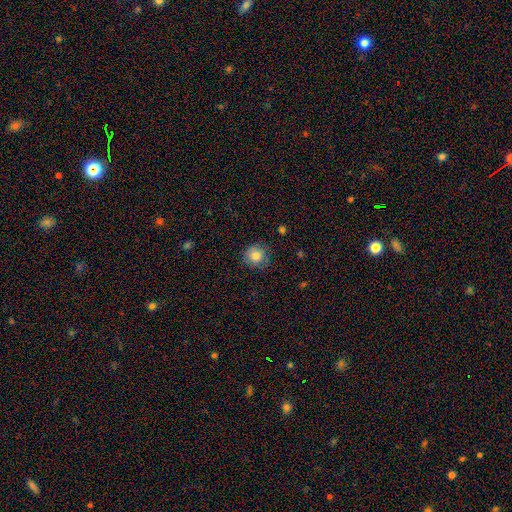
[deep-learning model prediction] A smooth galaxy with no disk features (80%) that is round (91%). Merging: none (79%).